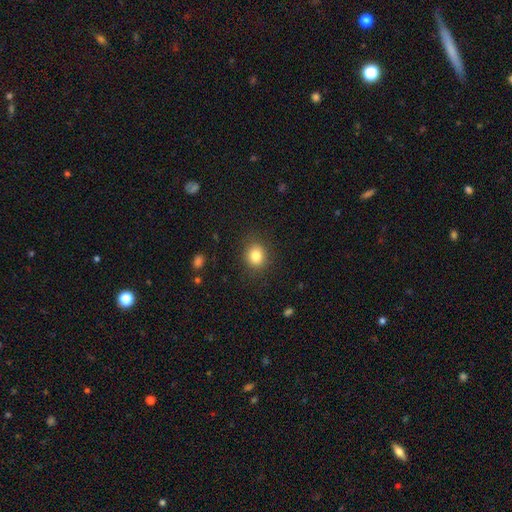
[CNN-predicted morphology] A smooth galaxy with no disk features (82%) that is round (76%). Merging: none (87%).